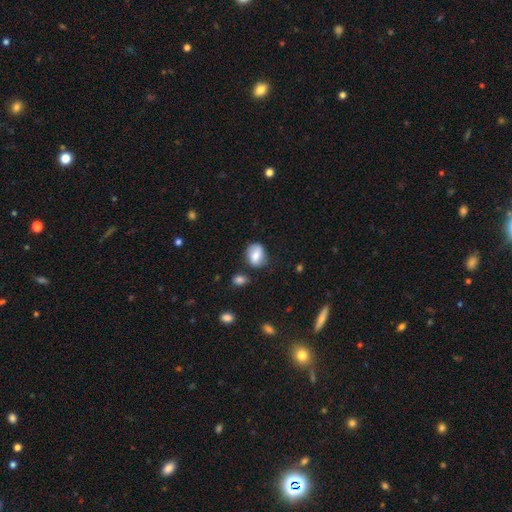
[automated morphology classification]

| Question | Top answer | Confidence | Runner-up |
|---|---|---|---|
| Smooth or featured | smooth | 74% | featured or disk (18%) |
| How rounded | in between | 60% | round (39%) |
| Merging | none | 66% | minor disturbance (23%) |